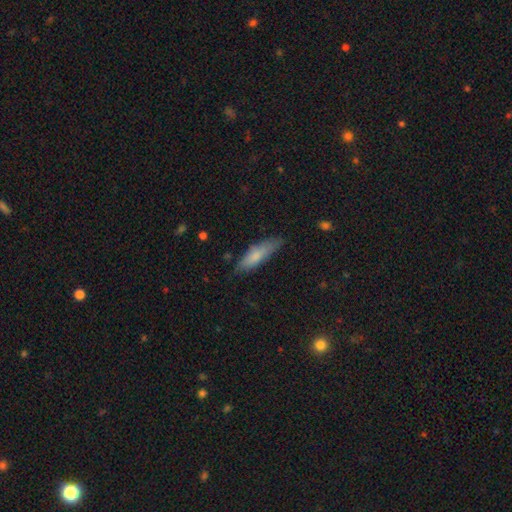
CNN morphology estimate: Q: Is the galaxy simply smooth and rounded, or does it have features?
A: smooth — 74%.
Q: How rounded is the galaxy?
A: cigar-shaped — 61%.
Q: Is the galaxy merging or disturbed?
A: none — 72%.